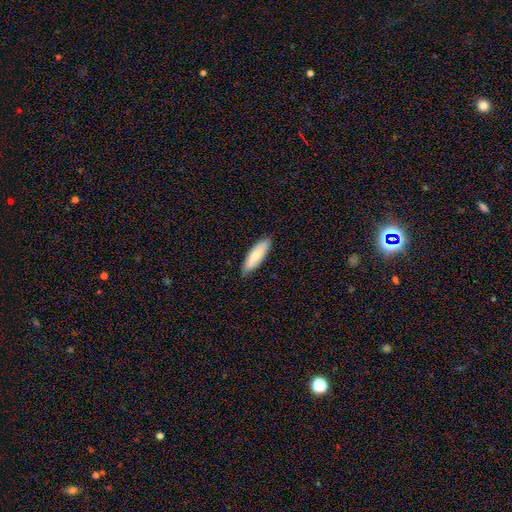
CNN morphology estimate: This is likely a smooth galaxy (78%). How rounded: possibly in between (52%). Merging: clearly none (84%).